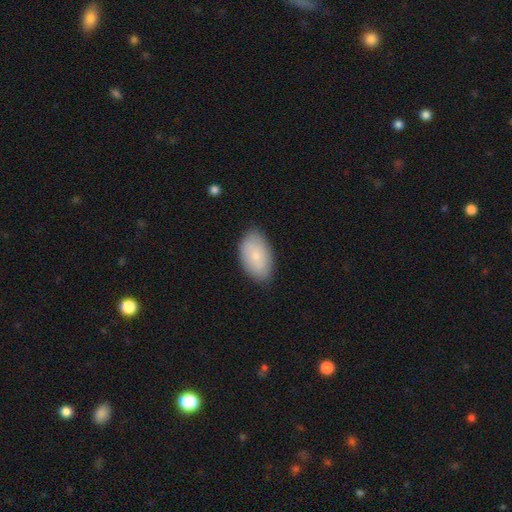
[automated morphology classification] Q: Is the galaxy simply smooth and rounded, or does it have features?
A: smooth — 78%.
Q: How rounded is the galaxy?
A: in between — 94%.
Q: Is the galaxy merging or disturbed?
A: none — 84%.